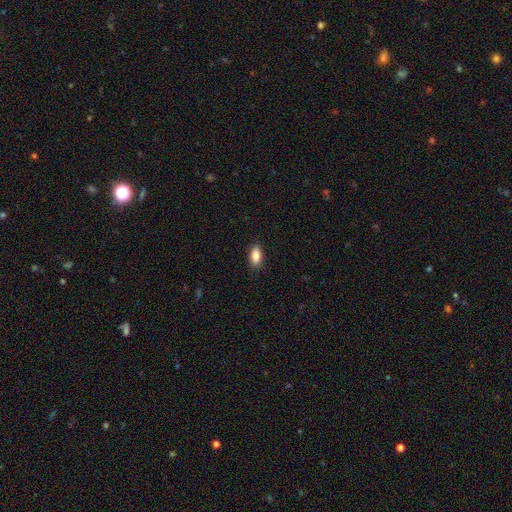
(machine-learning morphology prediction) Q: Smooth or featured?
A: smooth (87%); runner-up: star or artifact (7%)
Q: How rounded?
A: in between (90%); runner-up: cigar-shaped (6%)
Q: Merging?
A: none (89%); runner-up: minor disturbance (8%)